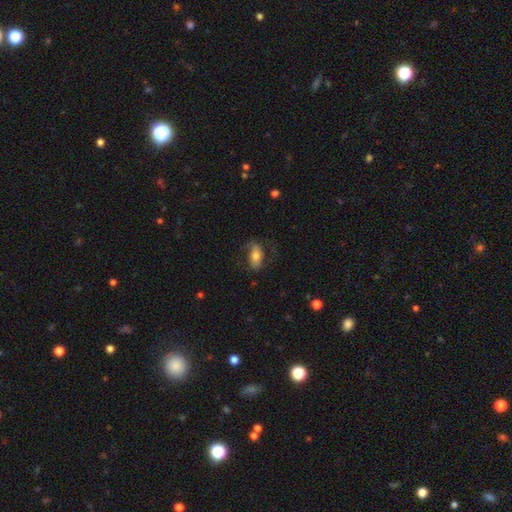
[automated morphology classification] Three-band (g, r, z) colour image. It shows a smooth galaxy with no disk features (54%) that is in between round and cigar-shaped (85%). Merging: none (64%).